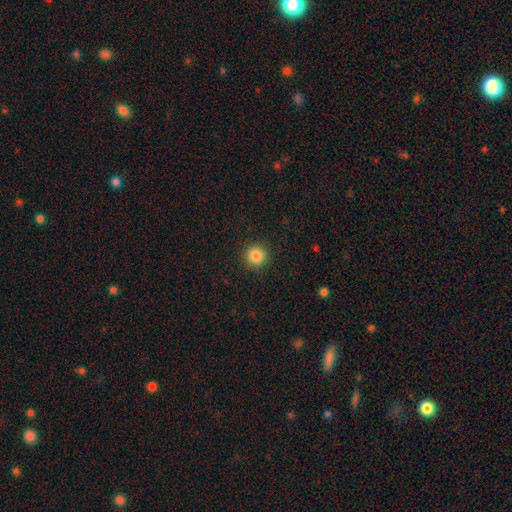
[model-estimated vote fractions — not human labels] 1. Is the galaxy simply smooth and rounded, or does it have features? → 85% smooth, 11% star or artifact, 4% featured or disk.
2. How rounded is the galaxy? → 94% round, 5% in between, 1% cigar-shaped.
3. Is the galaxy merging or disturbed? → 91% none, 6% minor disturbance, 2% major disturbance, 1% merger.